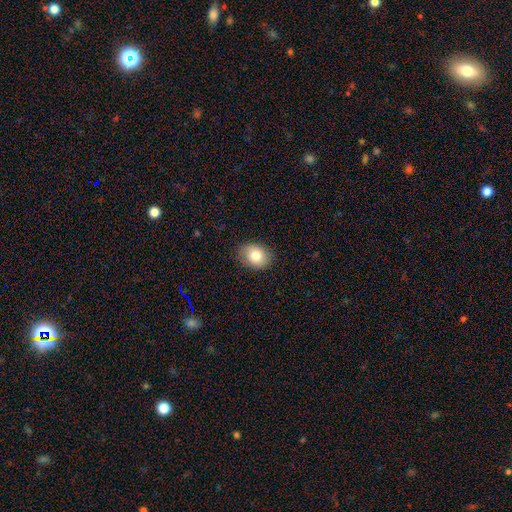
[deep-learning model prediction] Q: Smooth or featured?
A: smooth (80%); runner-up: featured or disk (12%)
Q: How rounded?
A: in between (60%); runner-up: round (39%)
Q: Merging?
A: none (84%); runner-up: minor disturbance (13%)